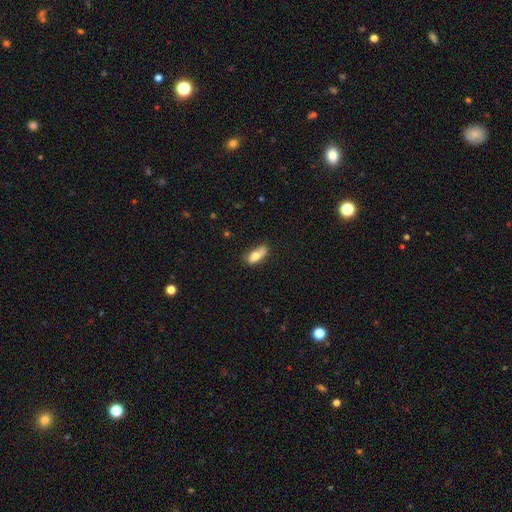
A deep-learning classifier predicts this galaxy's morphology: A smooth galaxy with no disk features (72%) that is in between round and cigar-shaped (78%). Merging: none (54%).